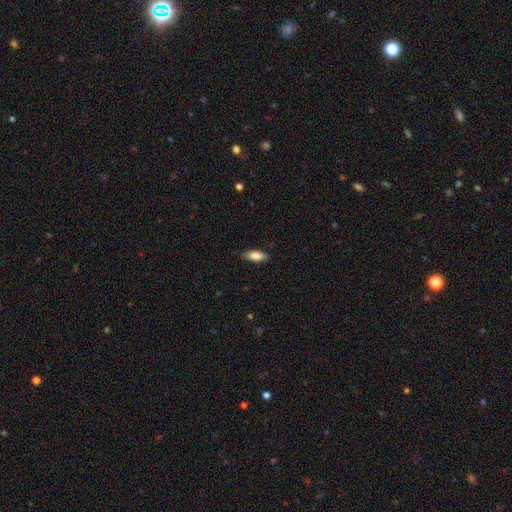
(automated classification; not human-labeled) Morphology: type=smooth (84%); roundness=in between (75%); merging=none (84%).